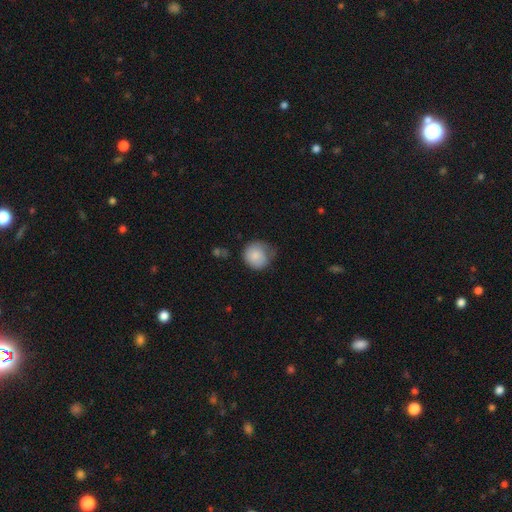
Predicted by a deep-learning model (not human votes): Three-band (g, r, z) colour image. It shows a smooth galaxy with no disk features (82%) that is round (86%). Merging: none (50%).